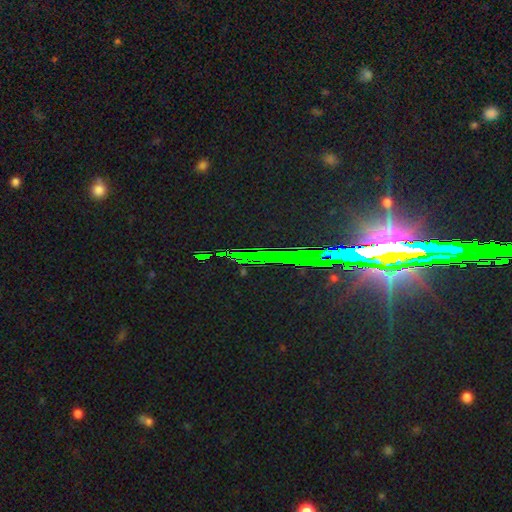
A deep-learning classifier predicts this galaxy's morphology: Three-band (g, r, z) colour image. It shows a star or artifact, not a galaxy (81%).